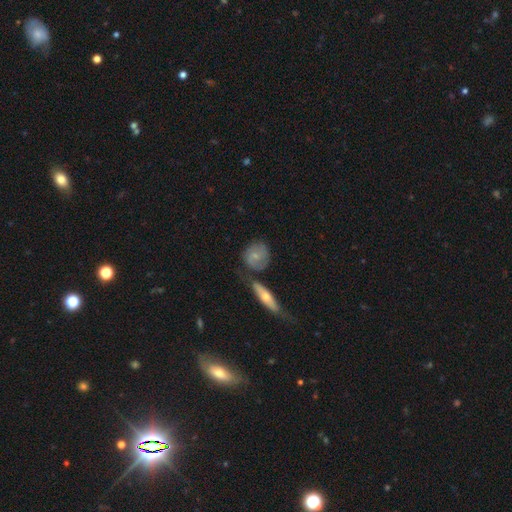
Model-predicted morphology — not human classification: Overall: smooth (57%; featured or disk 37%). How rounded: round (72%). Merging: none (61%).